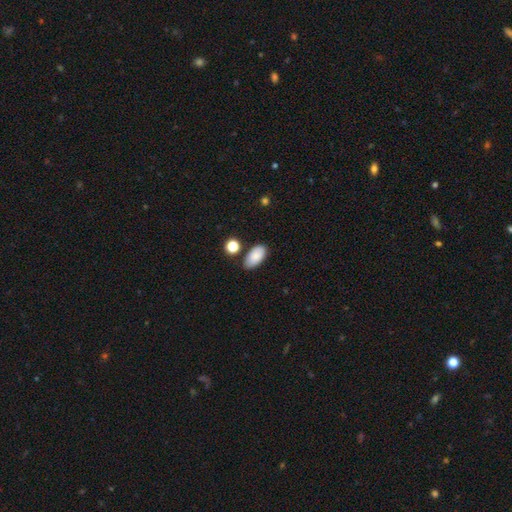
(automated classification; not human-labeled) smooth 86%, star or artifact 7%, featured or disk 7%. Down the decision tree: how rounded — in between (94%); merging — none (76%).